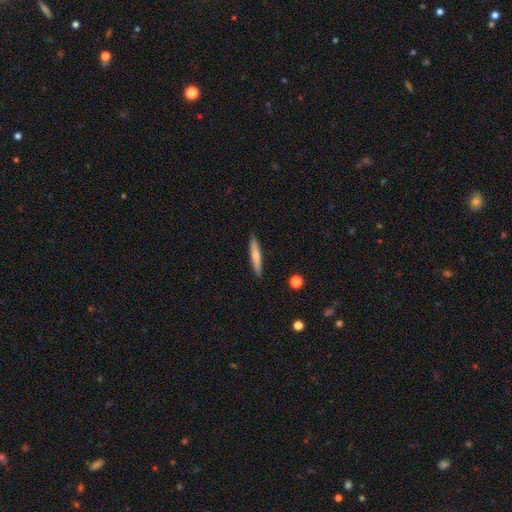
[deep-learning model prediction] smooth-or-featured: smooth: 67% | featured or disk: 26% | star or artifact: 6%
  how-rounded: cigar-shaped: 93% | in between: 6% | round: 1%
  merging: none: 90% | minor disturbance: 7% | major disturbance: 2% | merger: 1%